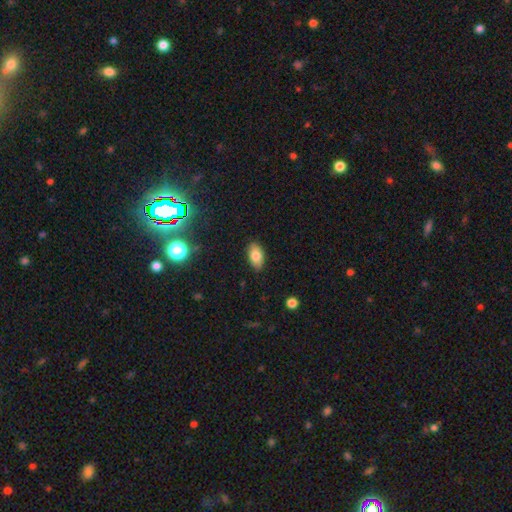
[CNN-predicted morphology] Smooth or featured?
  - smooth: 80% *
  - featured or disk: 11%
  - star or artifact: 9%
How rounded?
  - in between: 93% *
  - round: 4%
  - cigar-shaped: 3%
Merging?
  - none: 86% *
  - minor disturbance: 10%
  - major disturbance: 2%
  - merger: 1%